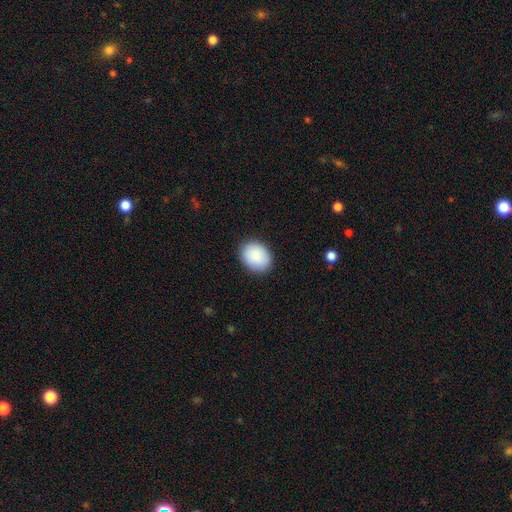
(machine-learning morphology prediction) A smooth galaxy with no disk features (89%) that is in between round and cigar-shaped (57%).

Vote fractions:
- Smooth or featured? smooth: 89% / star or artifact: 6% / featured or disk: 4%
- How rounded? in between: 57% / round: 42% / cigar-shaped: 1%
- Merging? none: 88% / minor disturbance: 9% / major disturbance: 2% / merger: 1%